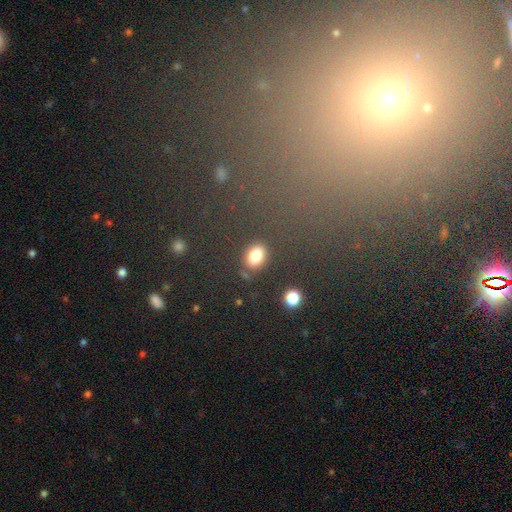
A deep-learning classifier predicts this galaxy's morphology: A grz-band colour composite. It shows a smooth galaxy with no disk features (82%) that is in between round and cigar-shaped (76%). Merging: none (80%).